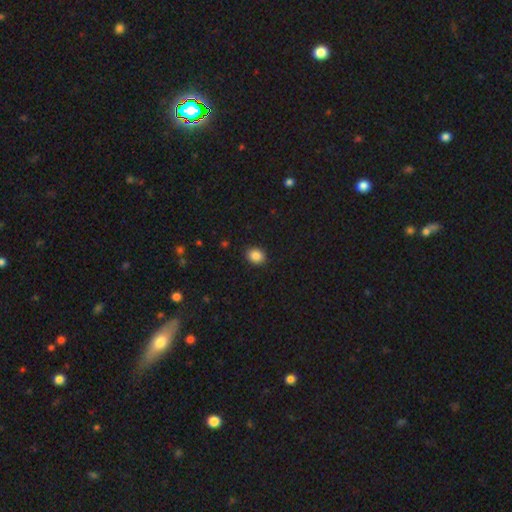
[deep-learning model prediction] Overall: smooth (87%). How rounded: round (56%; in between 43%). Merging: none (91%).